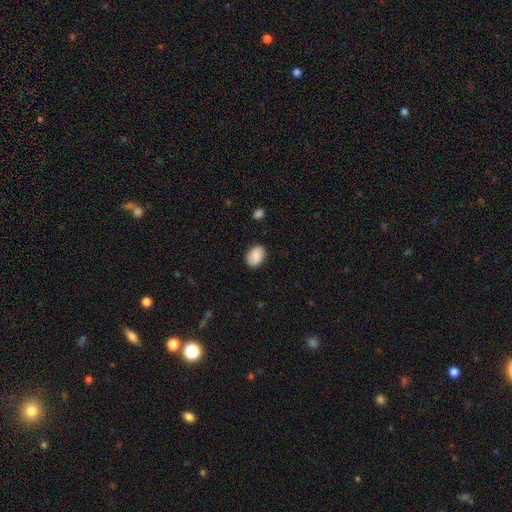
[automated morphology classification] Smooth or featured: smooth — 85% (featured or disk — 8%)
How rounded: in between — 76% (round — 23%)
Merging: none — 84% (minor disturbance — 12%)